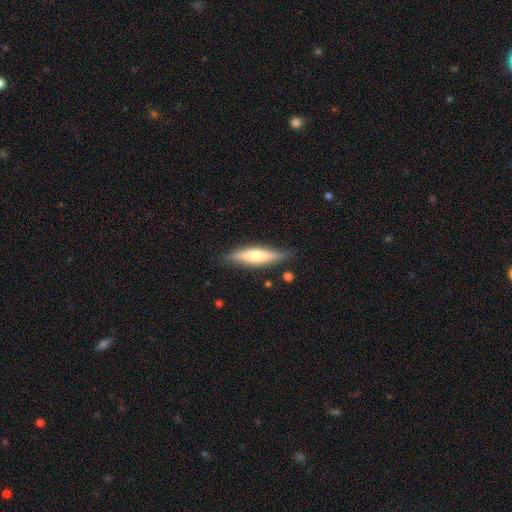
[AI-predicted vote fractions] This is possibly a featured or disk galaxy (47%, tied with smooth). Merging: clearly none (82%).